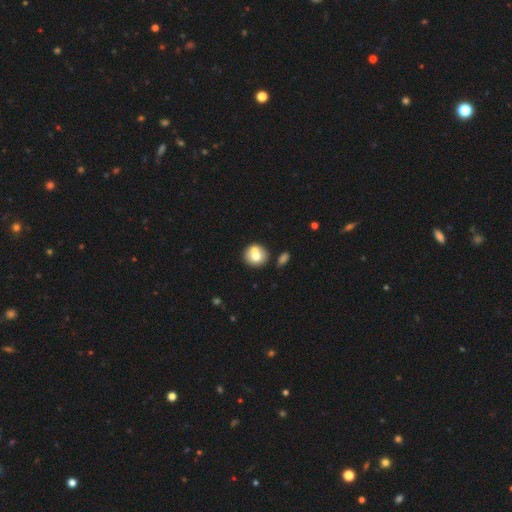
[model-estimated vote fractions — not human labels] Smooth or featured? Predicted: smooth (p=0.69). How rounded? Predicted: round (p=0.89). Merging? Predicted: none (p=0.57).